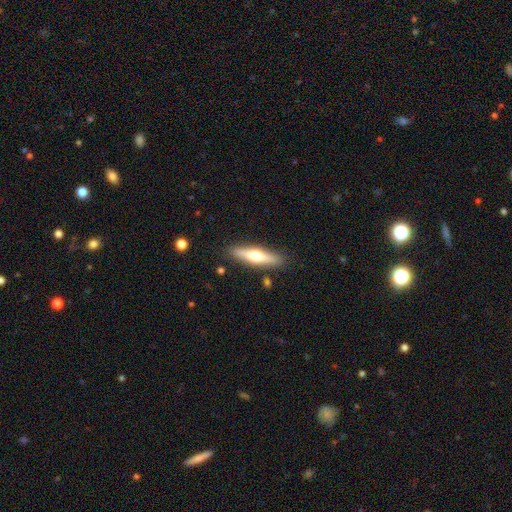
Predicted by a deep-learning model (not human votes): Smooth or featured? Predicted: featured or disk (p=0.49). Merging? Predicted: none (p=0.87).